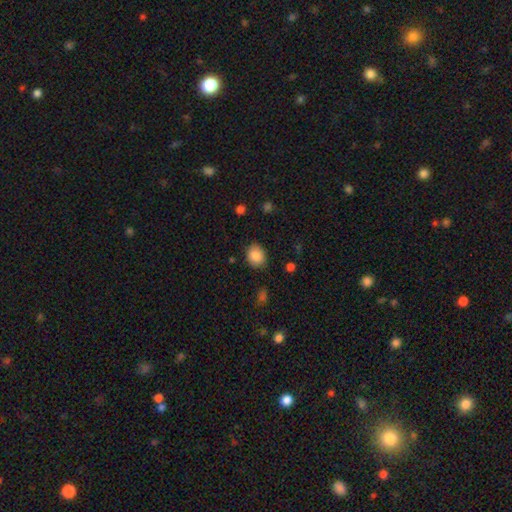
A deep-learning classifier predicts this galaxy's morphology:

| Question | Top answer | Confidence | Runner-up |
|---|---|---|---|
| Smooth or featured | smooth | 87% | star or artifact (8%) |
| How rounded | round | 61% | in between (38%) |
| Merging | none | 82% | minor disturbance (13%) |